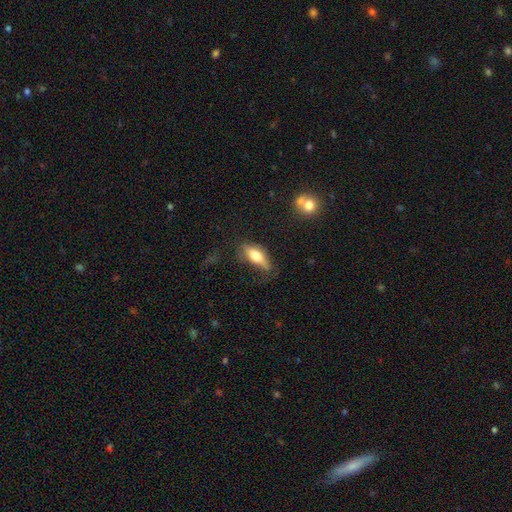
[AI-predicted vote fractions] This is likely a smooth galaxy (66%). How rounded: likely in between (71%). Merging: possibly none (50%).